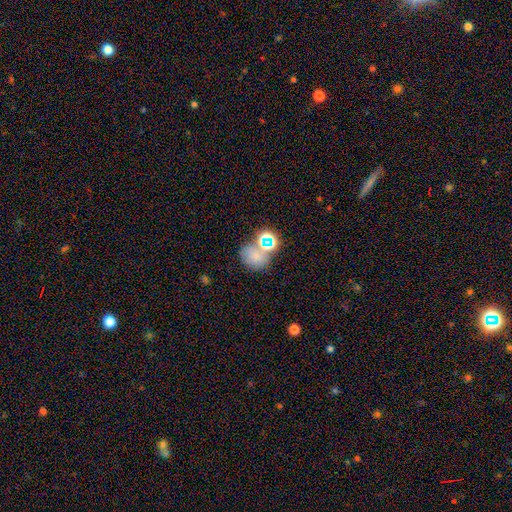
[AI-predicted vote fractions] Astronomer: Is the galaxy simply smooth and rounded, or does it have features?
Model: smooth — 63%.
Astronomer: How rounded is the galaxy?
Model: round — 57% (runner-up: in between, 42%).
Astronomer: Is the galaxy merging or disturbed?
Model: none — 49% (runner-up: merger, 30%).